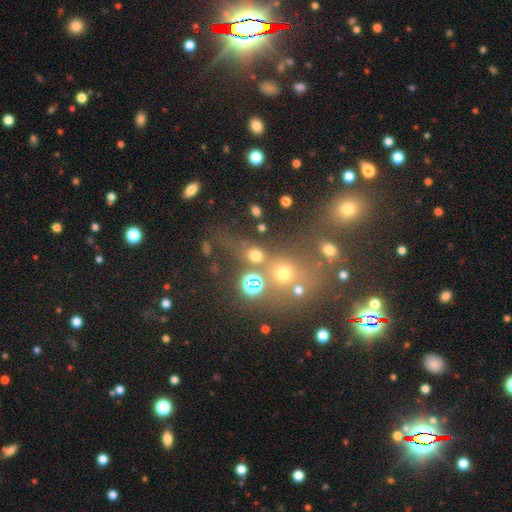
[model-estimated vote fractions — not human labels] Smooth or featured?
  - smooth: 61% *
  - star or artifact: 28%
  - featured or disk: 11%
How rounded?
  - round: 75% *
  - in between: 23%
  - cigar-shaped: 3%
Merging?
  - none: 58% *
  - merger: 20%
  - minor disturbance: 12%
  - major disturbance: 10%